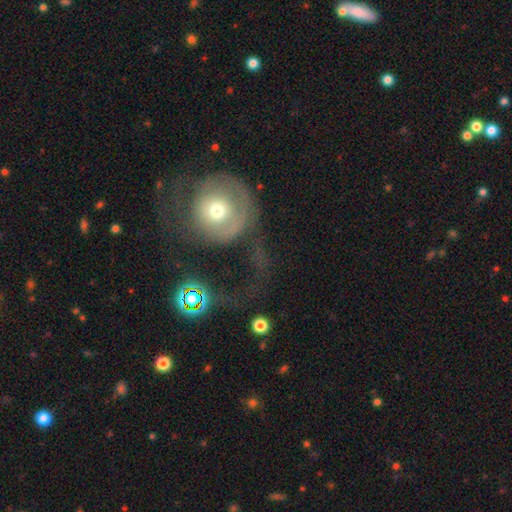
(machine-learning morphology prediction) Q: Smooth or featured?
A: featured or disk (44%); runner-up: smooth (42%)
Q: Merging?
A: major disturbance (49%); runner-up: none (30%)